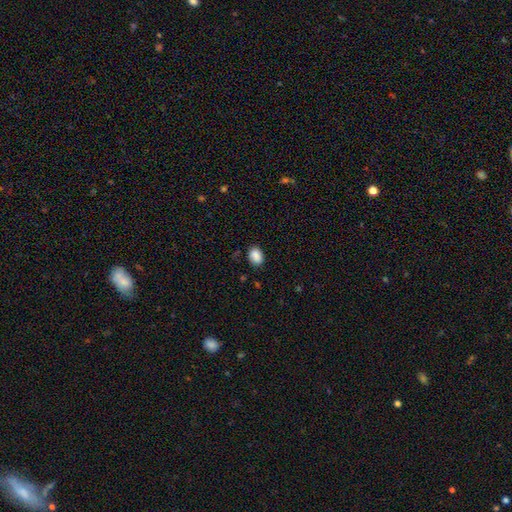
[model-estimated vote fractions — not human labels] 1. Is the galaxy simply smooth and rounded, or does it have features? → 89% smooth, 8% star or artifact, 3% featured or disk.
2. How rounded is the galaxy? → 78% in between, 21% round, 1% cigar-shaped.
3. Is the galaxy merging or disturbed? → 83% none, 12% minor disturbance, 3% major disturbance, 1% merger.